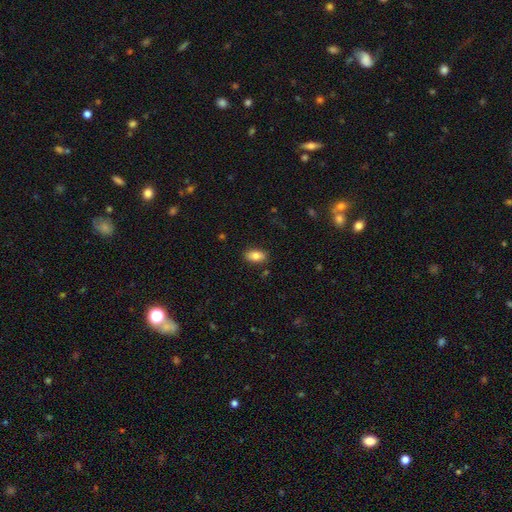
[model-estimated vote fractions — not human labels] Q: Smooth or featured?
A: smooth (82%); runner-up: featured or disk (11%)
Q: How rounded?
A: in between (92%); runner-up: round (6%)
Q: Merging?
A: none (86%); runner-up: minor disturbance (10%)